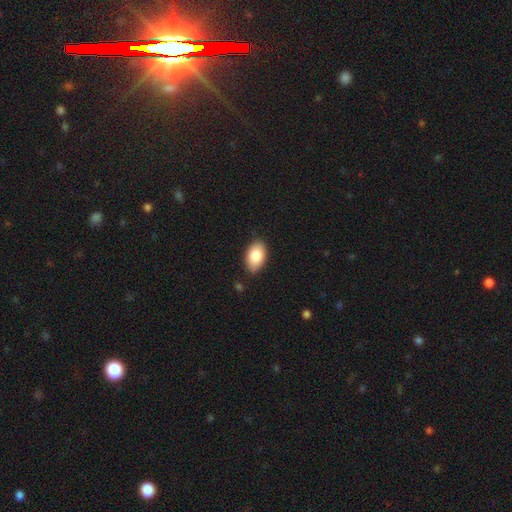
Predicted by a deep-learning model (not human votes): Smooth or featured? Predicted: smooth (p=0.84). How rounded? Predicted: in between (p=0.93). Merging? Predicted: none (p=0.85).